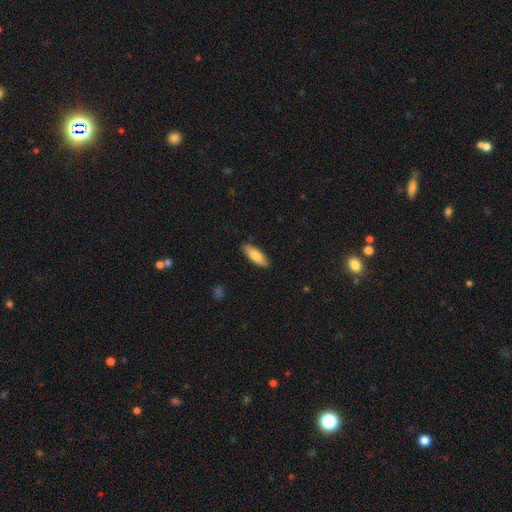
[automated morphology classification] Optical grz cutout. It shows a smooth galaxy with no disk features (78%) that is in between round and cigar-shaped (59%). Merging: none (87%).